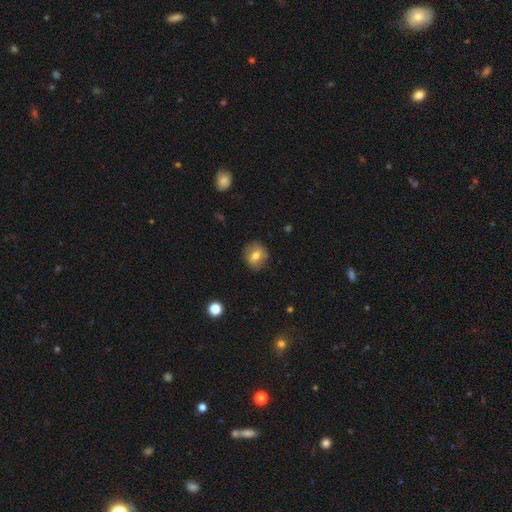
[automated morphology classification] Smooth or featured? Predicted: smooth (p=0.69). How rounded? Predicted: round (p=0.74). Merging? Predicted: none (p=0.84).